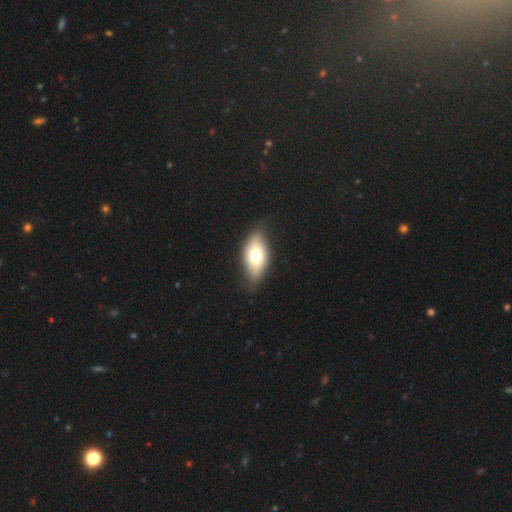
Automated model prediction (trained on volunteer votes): Overall: smooth (66%; featured or disk 27%). How rounded: in between (89%). Merging: none (74%).